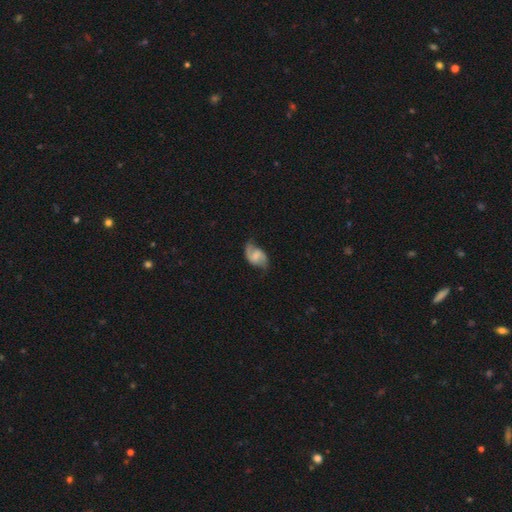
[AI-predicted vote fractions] This appears to be a featured or disk galaxy (76%) with a weak bar (51%), 2 (89%) loose (48%) spiral arms (95%) and a small central bulge (36%). Merging: none (69%).